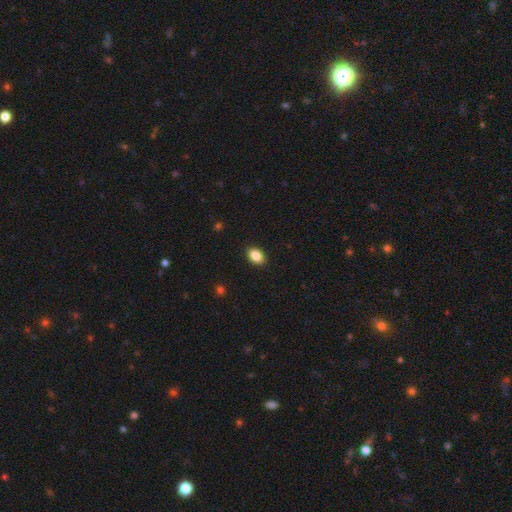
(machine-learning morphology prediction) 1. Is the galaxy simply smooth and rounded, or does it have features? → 87% smooth, 9% star or artifact, 5% featured or disk.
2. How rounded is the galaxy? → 82% in between, 16% round, 1% cigar-shaped.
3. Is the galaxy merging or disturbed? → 89% none, 8% minor disturbance, 2% major disturbance, 1% merger.